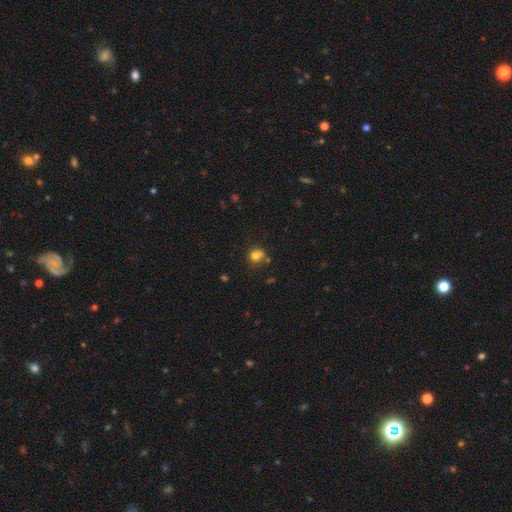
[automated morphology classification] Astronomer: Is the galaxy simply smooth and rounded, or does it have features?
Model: smooth — 75%.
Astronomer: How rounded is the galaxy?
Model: round — 72%.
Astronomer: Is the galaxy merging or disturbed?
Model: none — 49%.